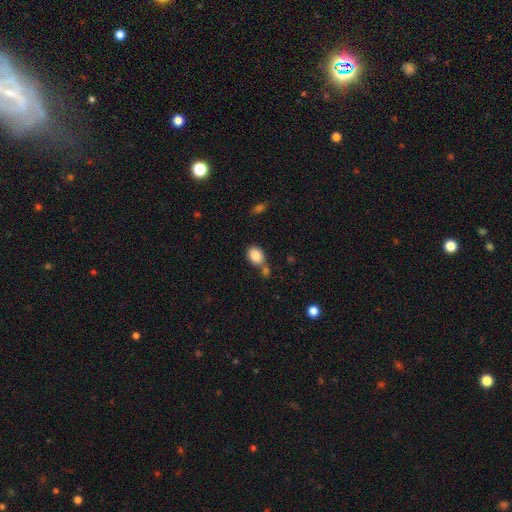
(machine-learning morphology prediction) The model was most divided on "merging": none: 53%, merger: 28%, minor disturbance: 14%, major disturbance: 5%. More confident: smooth or featured — smooth (87%); how rounded — in between (71%).